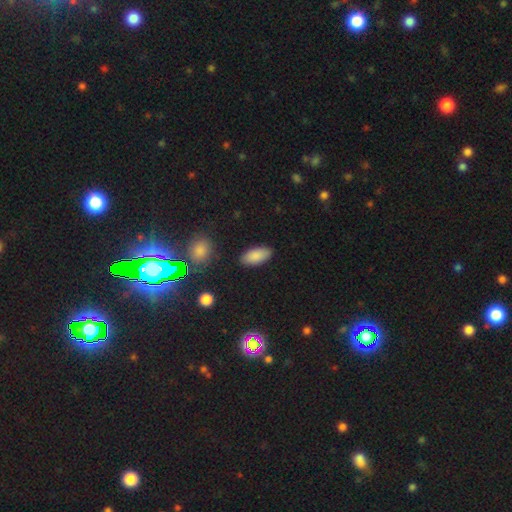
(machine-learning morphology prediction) This appears to be a smooth galaxy with no disk features (87%) that is in between round and cigar-shaped (91%). Merging: none (87%).